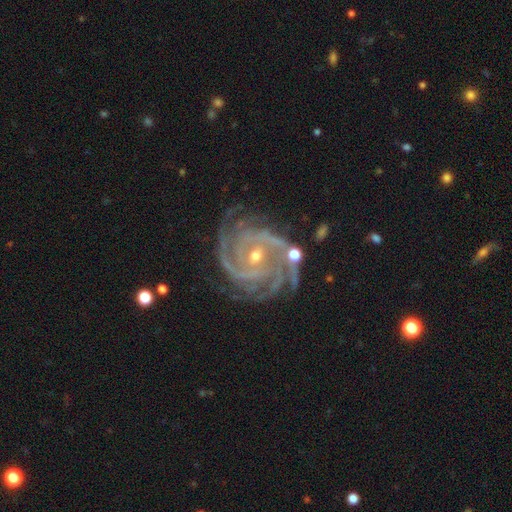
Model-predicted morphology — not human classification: This appears to be a featured or disk galaxy (92%) with no bar (55%), 4 (35%) tight (73%) spiral arms (99%) and a small central bulge (60%). Merging: none (72%).